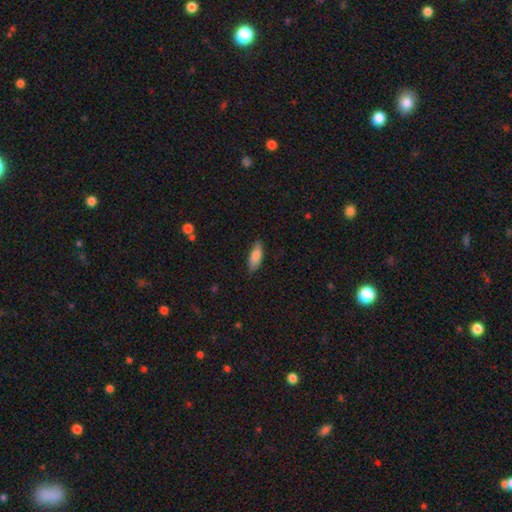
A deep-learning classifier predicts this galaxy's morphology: Smooth or featured: smooth — 85% (featured or disk — 9%)
How rounded: in between — 69% (cigar-shaped — 29%)
Merging: none — 85% (minor disturbance — 11%)